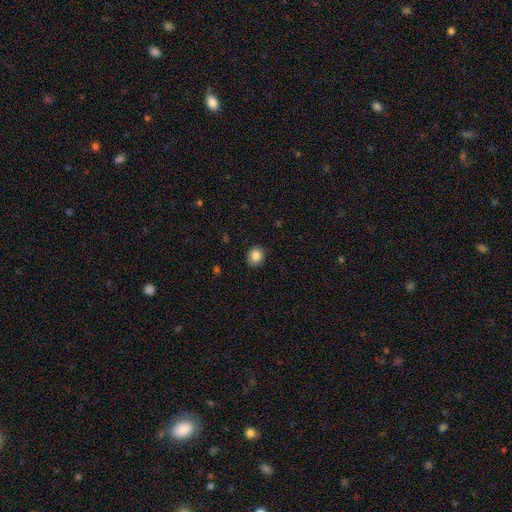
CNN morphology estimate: Overall: smooth (85%). How rounded: round (78%). Merging: none (89%).